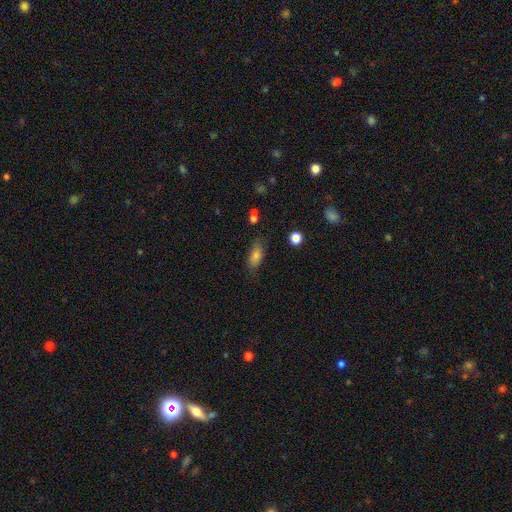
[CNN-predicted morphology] Smooth or featured? Predicted: smooth (p=0.75). How rounded? Predicted: in between (p=0.77). Merging? Predicted: none (p=0.75).